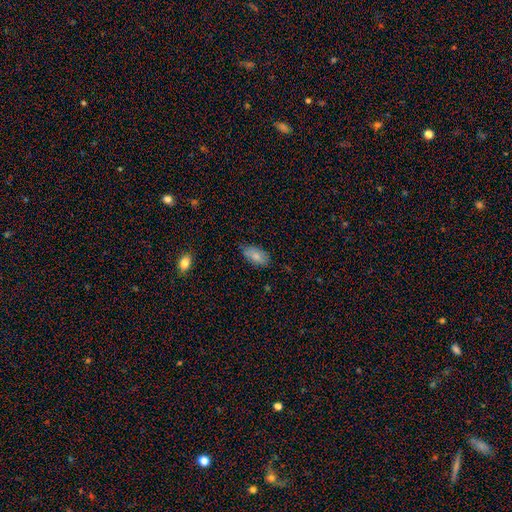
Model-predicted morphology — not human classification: type=smooth (79%); roundness=in between (91%); merging=none (72%).